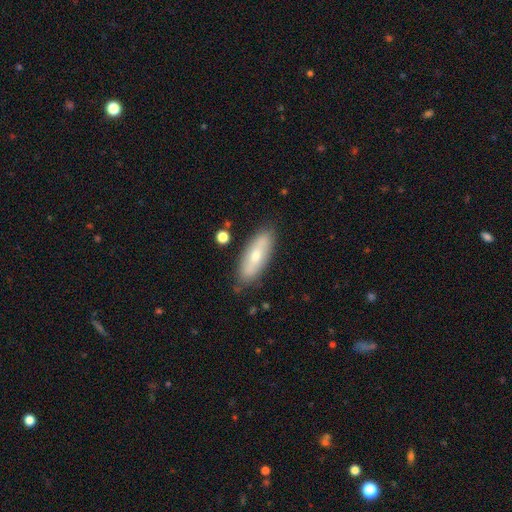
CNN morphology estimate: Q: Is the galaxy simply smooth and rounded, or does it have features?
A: smooth — 55%.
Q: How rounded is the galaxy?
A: in between — 64%.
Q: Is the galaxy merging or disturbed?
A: none — 82%.